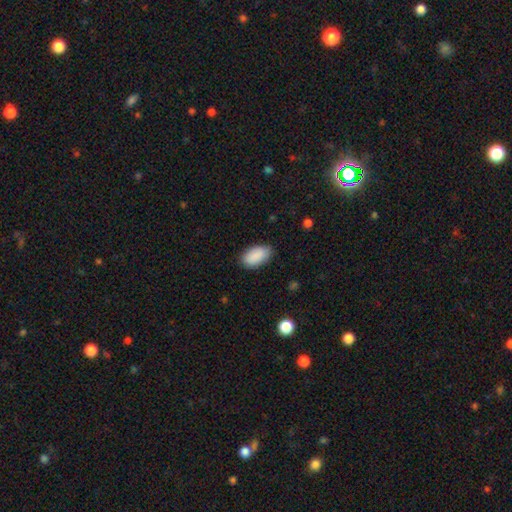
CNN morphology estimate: Smooth or featured?
  - smooth: 90% *
  - star or artifact: 6%
  - featured or disk: 4%
How rounded?
  - in between: 94% *
  - round: 3%
  - cigar-shaped: 3%
Merging?
  - none: 83% *
  - minor disturbance: 13%
  - major disturbance: 3%
  - merger: 1%